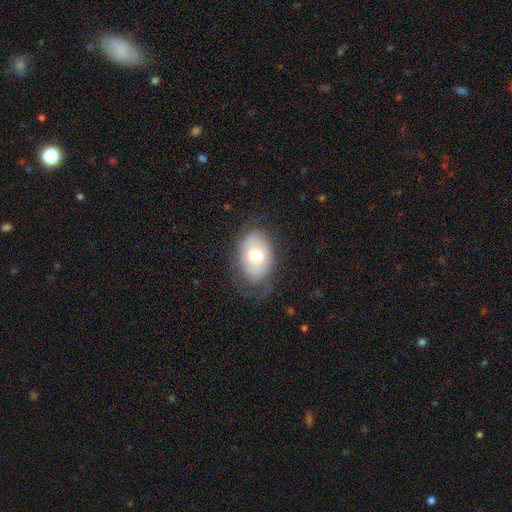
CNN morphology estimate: type=smooth (53%); roundness=in between (85%); merging=none (62%).